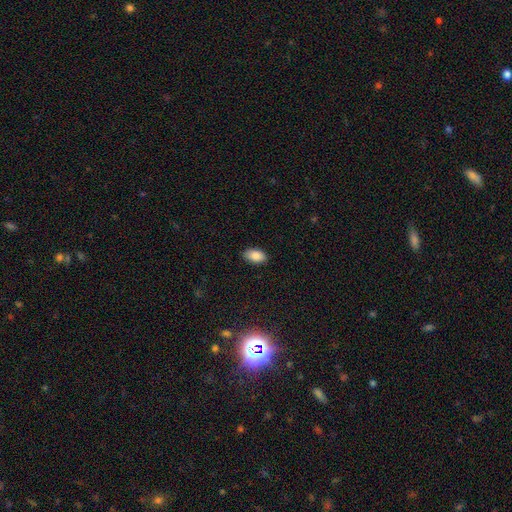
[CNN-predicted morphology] type=smooth (86%); roundness=in between (93%); merging=none (86%).